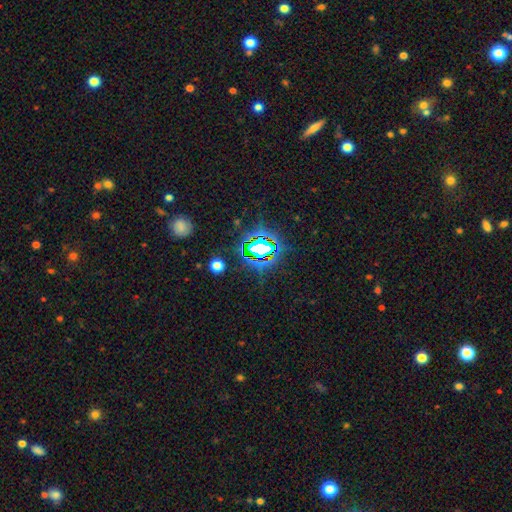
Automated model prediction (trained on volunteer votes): A star or artifact, not a galaxy (75%).

Vote fractions:
- Smooth or featured? star or artifact: 75% / smooth: 15% / featured or disk: 10%